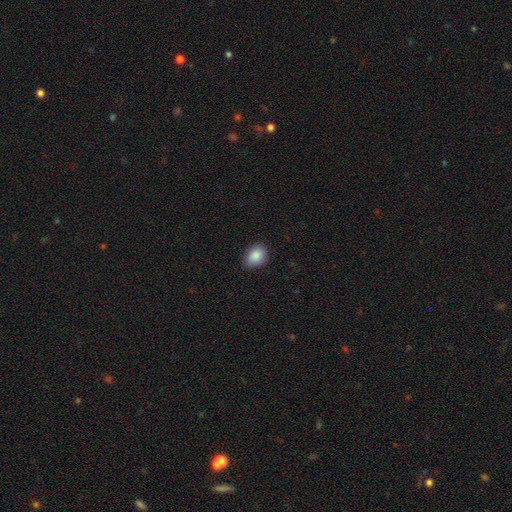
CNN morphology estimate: smooth_or_featured: smooth (p=0.88) [alt: star or artifact p=0.08]
how_rounded: in between (p=0.71) [alt: round p=0.28]
merging: none (p=0.83) [alt: minor disturbance p=0.13]